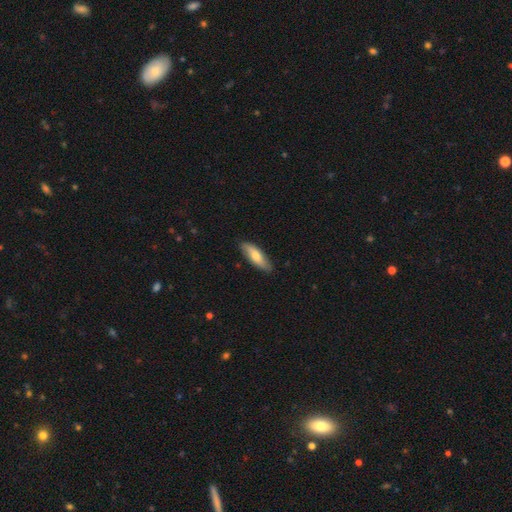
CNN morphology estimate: smooth-or-featured: smooth: 69% | featured or disk: 26% | star or artifact: 5%
  how-rounded: in between: 53% | cigar-shaped: 45% | round: 2%
  merging: none: 85% | minor disturbance: 12% | major disturbance: 2% | merger: 1%